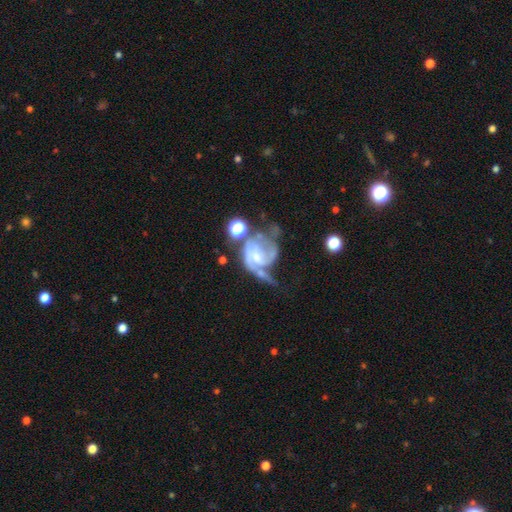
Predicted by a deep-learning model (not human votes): Smooth or featured?
  - featured or disk: 82% *
  - smooth: 11%
  - star or artifact: 8%
Edge-on disk?
  - no: 98% *
  - yes: 2%
Bar?
  - no: 43% *
  - weak: 42%
  - strong: 15%
Spiral arms?
  - yes: 91% *
  - no: 9%
Spiral winding?
  - medium: 45% *
  - tight: 32%
  - loose: 23%
Spiral arm count?
  - 2: 54% *
  - can't tell: 16%
  - 1: 14%
  - 3: 12%
  - 4: 3%
  - more than 4: 3%
Bulge size?
  - small: 50% *
  - moderate: 23%
  - none: 23%
  - large: 3%
  - dominant: 1%
Merging?
  - major disturbance: 38% *
  - none: 27%
  - minor disturbance: 18%
  - merger: 17%